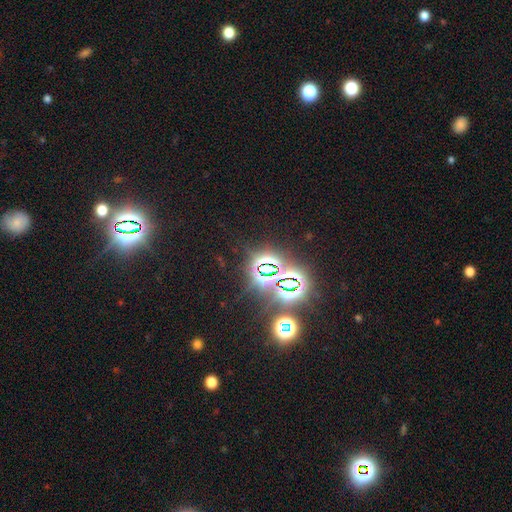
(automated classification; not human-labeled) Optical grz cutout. It shows a star or artifact, not a galaxy (80%).